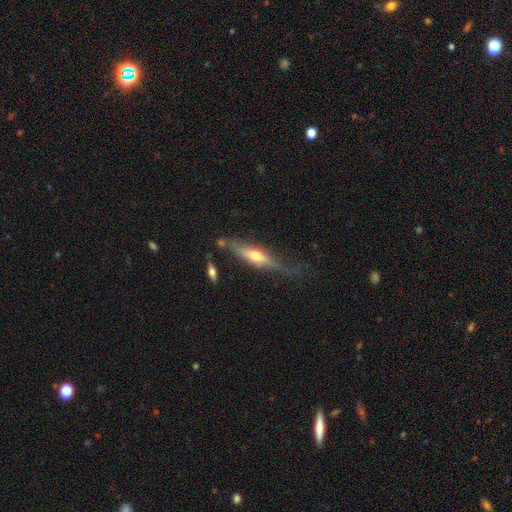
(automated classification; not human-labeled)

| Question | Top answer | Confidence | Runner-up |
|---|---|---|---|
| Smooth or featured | featured or disk | 57% | smooth (37%) |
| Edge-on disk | yes | 88% | no (12%) |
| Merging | none | 60% | minor disturbance (25%) |